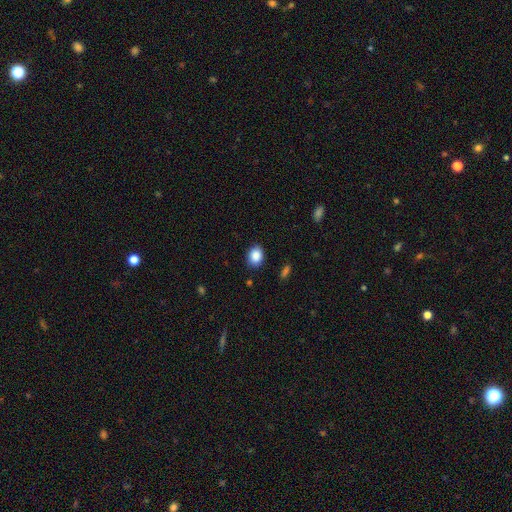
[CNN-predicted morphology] Smooth or featured?
  - smooth: 88% *
  - star or artifact: 8%
  - featured or disk: 4%
How rounded?
  - in between: 60% *
  - round: 38%
  - cigar-shaped: 1%
Merging?
  - none: 85% *
  - minor disturbance: 11%
  - major disturbance: 2%
  - merger: 1%